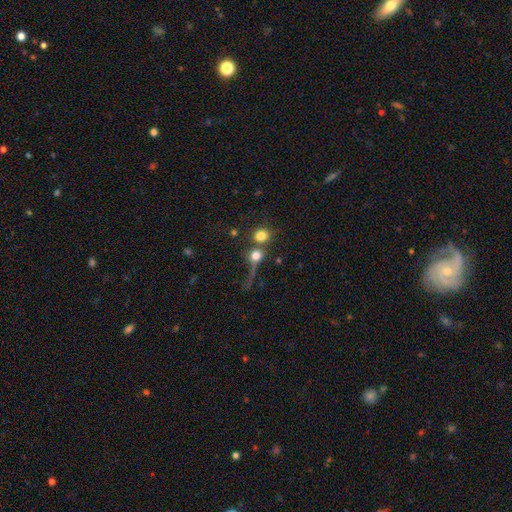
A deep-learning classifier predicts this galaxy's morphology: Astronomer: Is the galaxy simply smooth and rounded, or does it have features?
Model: smooth — 74%.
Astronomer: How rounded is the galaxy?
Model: round — 86%.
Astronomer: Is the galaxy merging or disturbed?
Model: none — 42% (runner-up: merger, 36%).